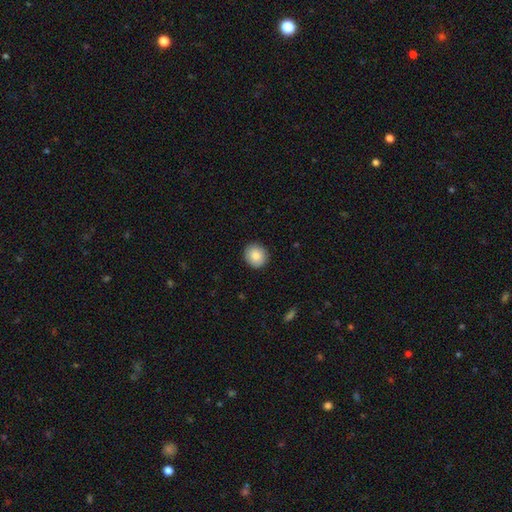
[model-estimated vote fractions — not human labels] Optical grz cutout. It shows a smooth galaxy with no disk features (86%) that is round (87%). Merging: none (91%).